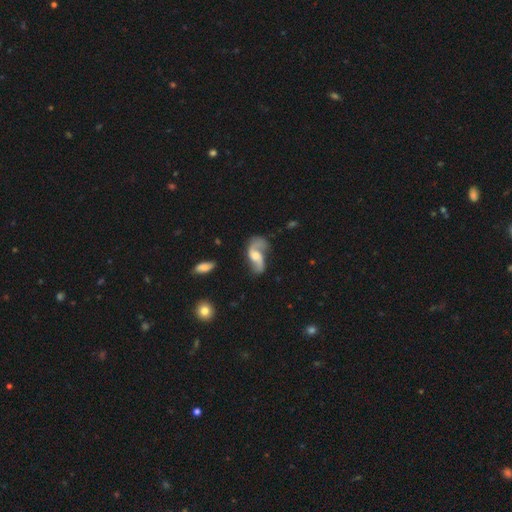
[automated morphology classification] Smooth or featured? Predicted: featured or disk (p=0.84). Edge-on disk? Predicted: no (p=0.97). Bar? Predicted: no (p=0.48). Spiral arms? Predicted: yes (p=0.95). Spiral winding? Predicted: loose (p=0.68). Spiral arm count? Predicted: 2 (p=0.89). Bulge size? Predicted: moderate (p=0.42). Merging? Predicted: none (p=0.56).